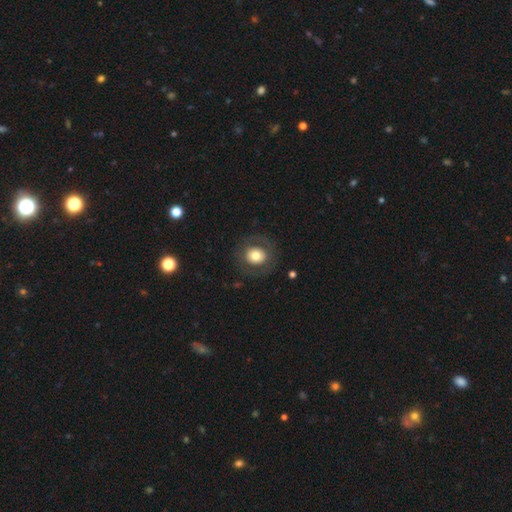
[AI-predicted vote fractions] A smooth galaxy with no disk features (64%) that is round (82%).

Vote fractions:
- Smooth or featured? smooth: 64% / featured or disk: 28% / star or artifact: 8%
- How rounded? round: 82% / in between: 17% / cigar-shaped: 1%
- Merging? none: 80% / minor disturbance: 10% / major disturbance: 8% / merger: 1%